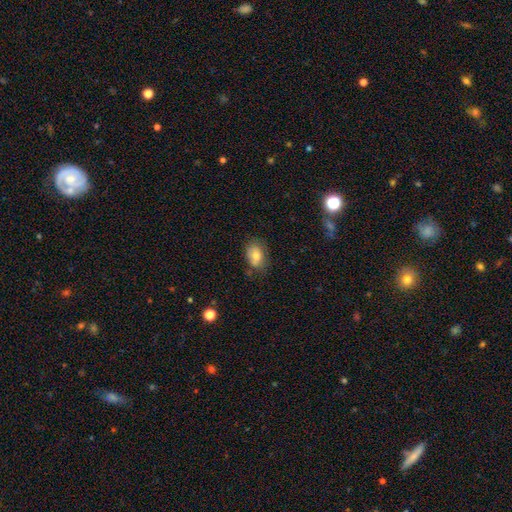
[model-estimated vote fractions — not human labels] smooth_or_featured: smooth (p=0.71) [alt: featured or disk p=0.19]
how_rounded: in between (p=0.71) [alt: round p=0.27]
merging: none (p=0.62) [alt: minor disturbance p=0.25]